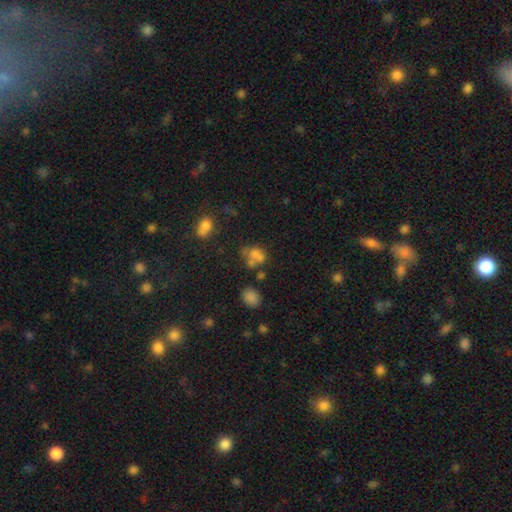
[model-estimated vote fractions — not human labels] A smooth galaxy with no disk features (62%) that is in between round and cigar-shaped (57%).

Vote fractions:
- Smooth or featured? smooth: 62% / featured or disk: 21% / star or artifact: 17%
- How rounded? in between: 57% / round: 41% / cigar-shaped: 2%
- Merging? none: 32% / merger: 31% / minor disturbance: 19% / major disturbance: 18%